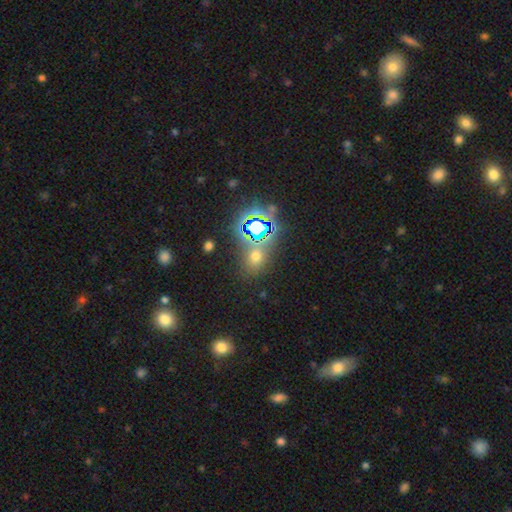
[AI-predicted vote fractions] Smooth or featured? Predicted: smooth (p=0.48). Merging? Predicted: none (p=0.76).